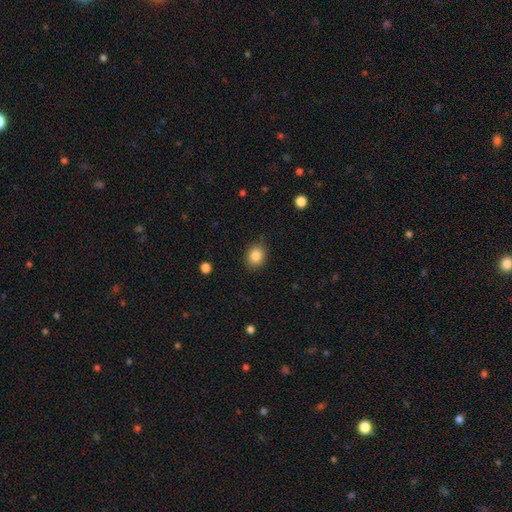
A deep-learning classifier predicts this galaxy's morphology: Smooth or featured: smooth — 86% (star or artifact — 9%)
How rounded: round — 55% (in between — 44%)
Merging: none — 85% (minor disturbance — 11%)